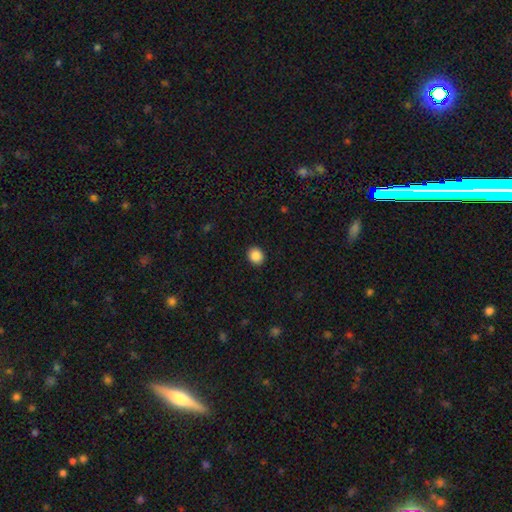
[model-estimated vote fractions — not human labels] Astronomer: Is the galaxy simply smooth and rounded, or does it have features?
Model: smooth — 87%.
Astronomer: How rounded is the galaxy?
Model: round — 73%.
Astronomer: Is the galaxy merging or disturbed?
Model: none — 92%.